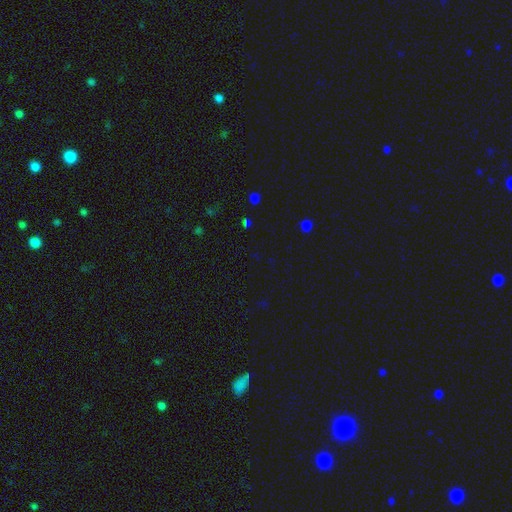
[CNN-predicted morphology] Overall: star or artifact (64%; smooth 29%).